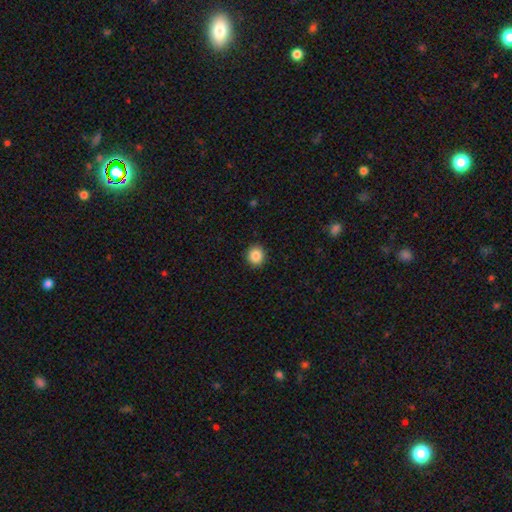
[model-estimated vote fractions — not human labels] Q: Smooth or featured?
A: smooth (86%); runner-up: star or artifact (9%)
Q: How rounded?
A: round (86%); runner-up: in between (13%)
Q: Merging?
A: none (92%); runner-up: minor disturbance (5%)